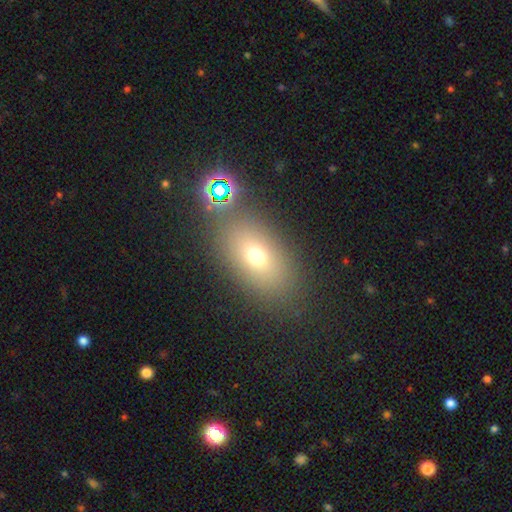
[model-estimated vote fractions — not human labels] smooth_or_featured: smooth (p=0.67) [alt: star or artifact p=0.17]
how_rounded: in between (p=0.79) [alt: round p=0.17]
merging: none (p=0.78) [alt: minor disturbance p=0.10]